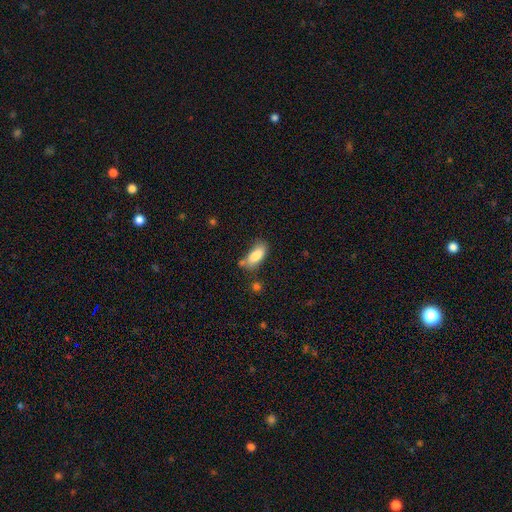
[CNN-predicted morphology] type=smooth (82%); roundness=in between (83%); merging=none (51%).